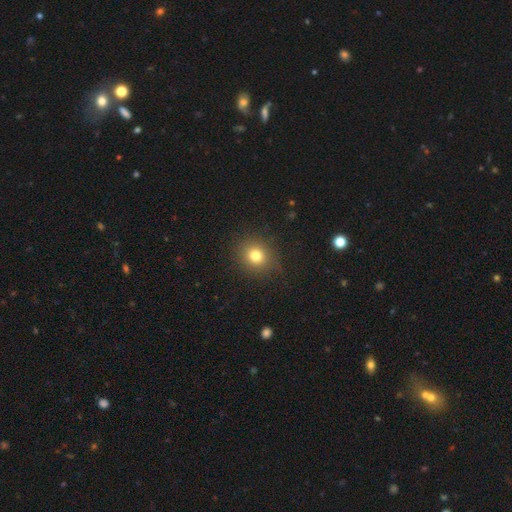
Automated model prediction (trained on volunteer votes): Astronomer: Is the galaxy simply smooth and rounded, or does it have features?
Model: smooth — 78%.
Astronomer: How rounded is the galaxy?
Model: round — 81%.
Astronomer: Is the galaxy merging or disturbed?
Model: none — 87%.